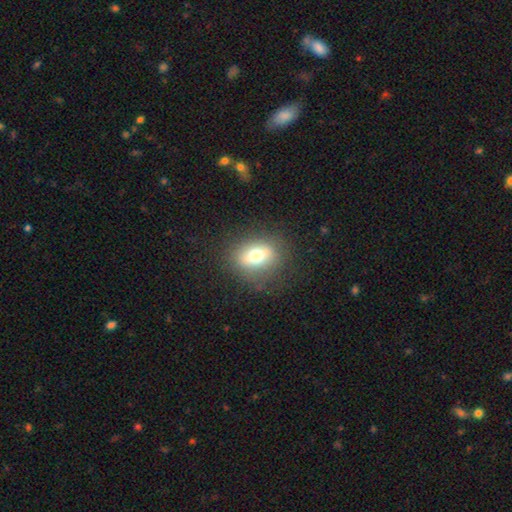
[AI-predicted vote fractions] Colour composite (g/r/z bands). It shows a smooth galaxy with no disk features (66%) that is in between round and cigar-shaped (53%). Merging: none (80%).